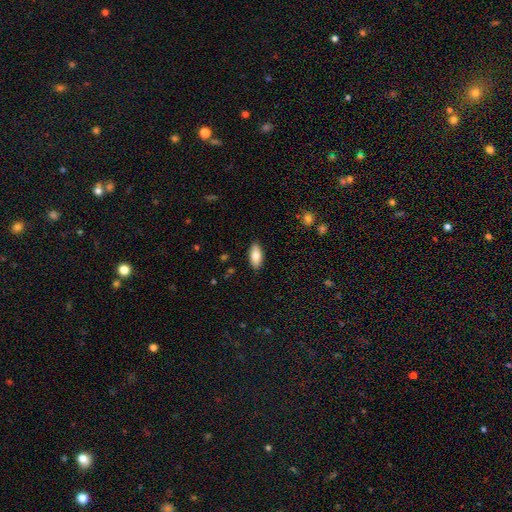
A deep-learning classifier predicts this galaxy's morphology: smooth 86%, featured or disk 8%, star or artifact 6%. Down the decision tree: how rounded — in between (88%); merging — none (88%).